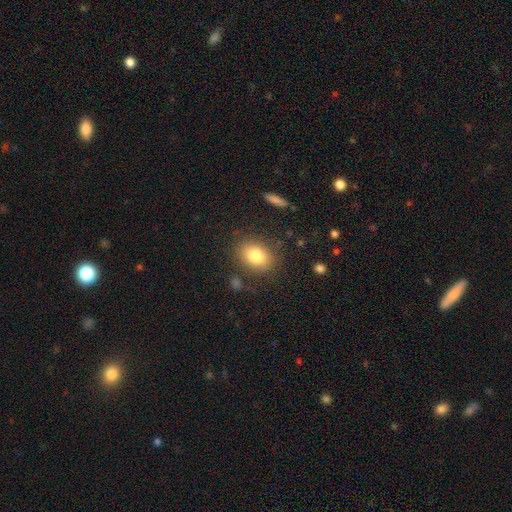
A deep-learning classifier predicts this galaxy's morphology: This appears to be a smooth galaxy with no disk features (81%) that is in between round and cigar-shaped (63%). Merging: none (82%).